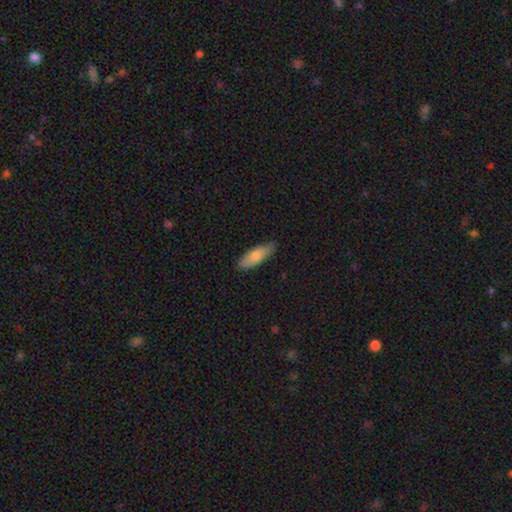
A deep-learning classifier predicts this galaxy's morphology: smooth-or-featured: smooth: 72% | featured or disk: 22% | star or artifact: 6%
  how-rounded: in between: 60% | cigar-shaped: 38% | round: 2%
  merging: none: 83% | minor disturbance: 14% | major disturbance: 2% | merger: 1%